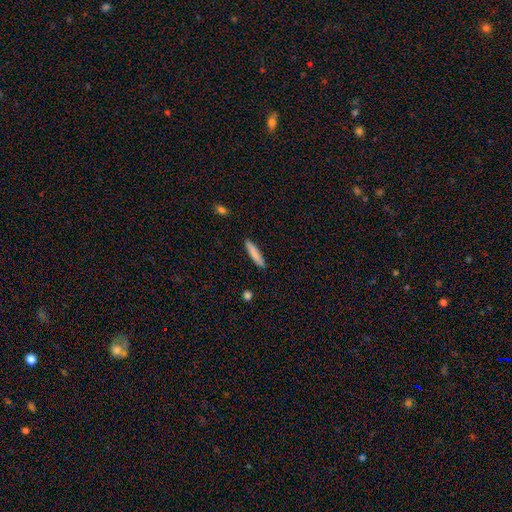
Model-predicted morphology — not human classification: type=smooth (83%); roundness=cigar-shaped (88%); merging=none (90%).